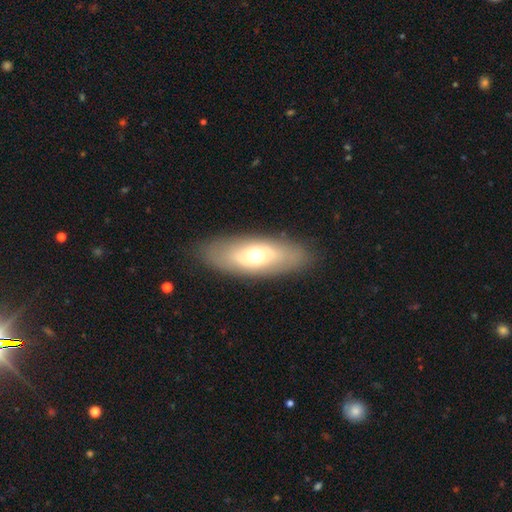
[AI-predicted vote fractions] Overall: smooth (47%; featured or disk 46%). Merging: none (85%).